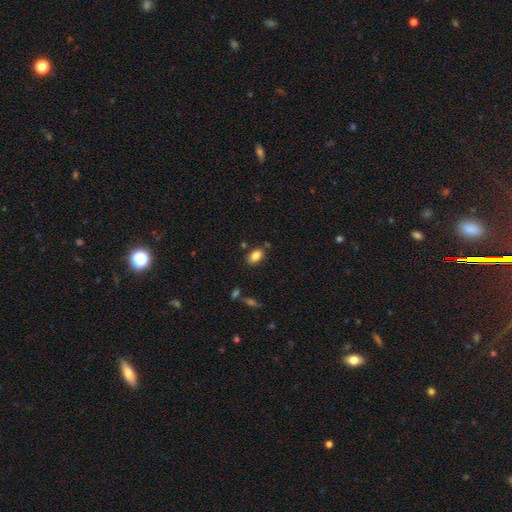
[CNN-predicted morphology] This appears to be a smooth galaxy with no disk features (84%) that is in between round and cigar-shaped (89%). Merging: none (78%).